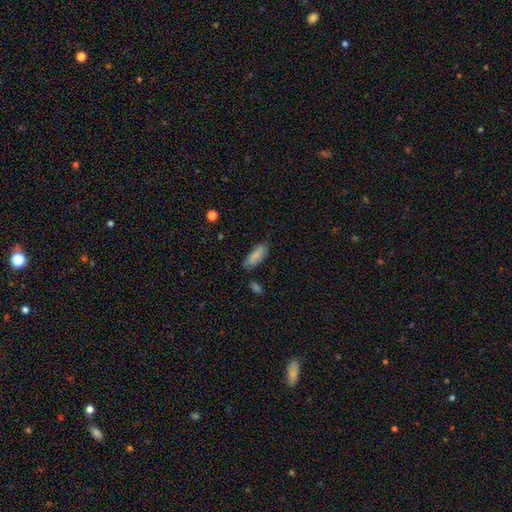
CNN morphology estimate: Smooth or featured? smooth (81%)
How rounded? in between (78%)
Merging? none (72%)